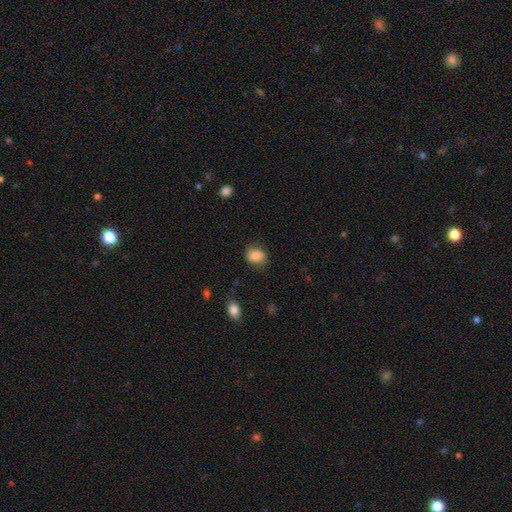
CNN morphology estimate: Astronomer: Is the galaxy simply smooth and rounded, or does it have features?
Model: smooth — 81%.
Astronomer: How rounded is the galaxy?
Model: round — 51% (runner-up: in between, 48%).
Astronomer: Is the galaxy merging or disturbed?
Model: none — 72%.